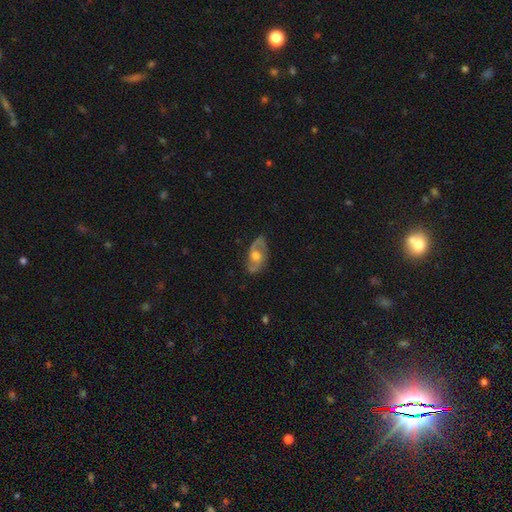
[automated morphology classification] type=featured or disk (77%); edge-on=no (94%); bar=no (61%); spiral arms=yes (89%); winding=medium (47%); arm count=2 (87%); bulge=moderate (68%); merging=none (77%).